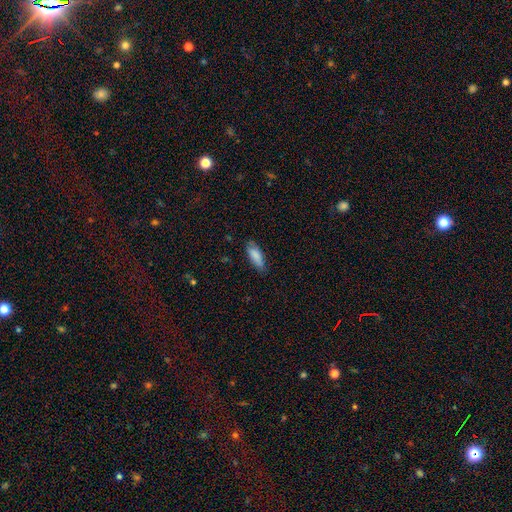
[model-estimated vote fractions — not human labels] smooth_or_featured: smooth (p=0.85) [alt: featured or disk p=0.09]
how_rounded: in between (p=0.66) [alt: cigar-shaped p=0.32]
merging: none (p=0.77) [alt: minor disturbance p=0.19]